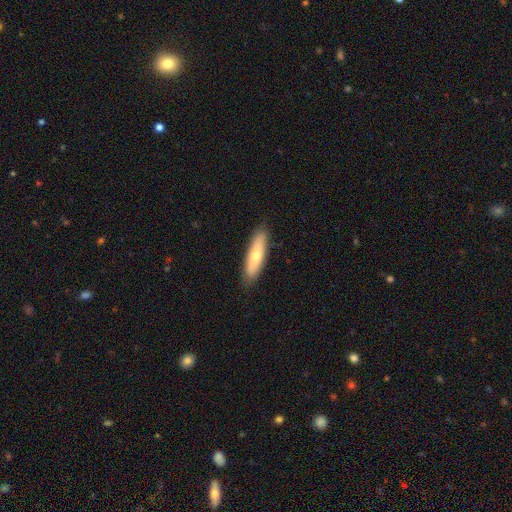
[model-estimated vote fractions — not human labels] Smooth or featured?
  - smooth: 65% *
  - featured or disk: 30%
  - star or artifact: 6%
How rounded?
  - cigar-shaped: 62% *
  - in between: 36%
  - round: 2%
Merging?
  - none: 87% *
  - minor disturbance: 10%
  - major disturbance: 2%
  - merger: 1%